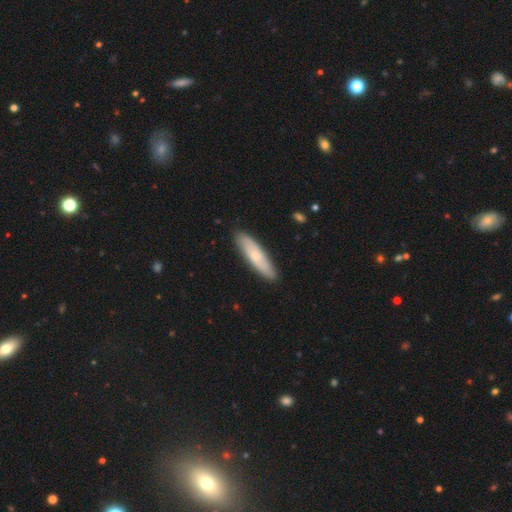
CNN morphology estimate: Smooth or featured? Predicted: smooth (p=0.54). How rounded? Predicted: cigar-shaped (p=0.72). Merging? Predicted: none (p=0.88).